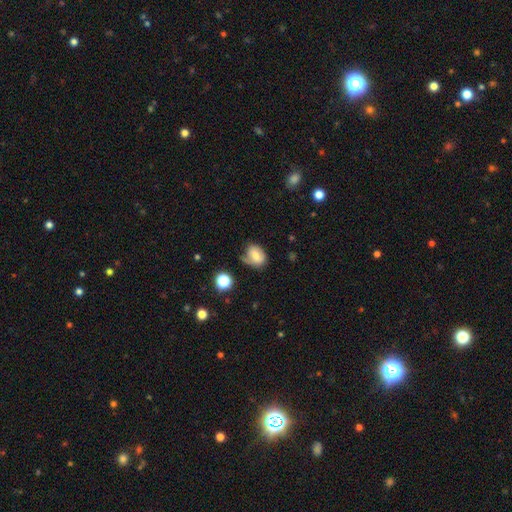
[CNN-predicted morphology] type=smooth (66%); roundness=in between (63%); merging=none (47%).